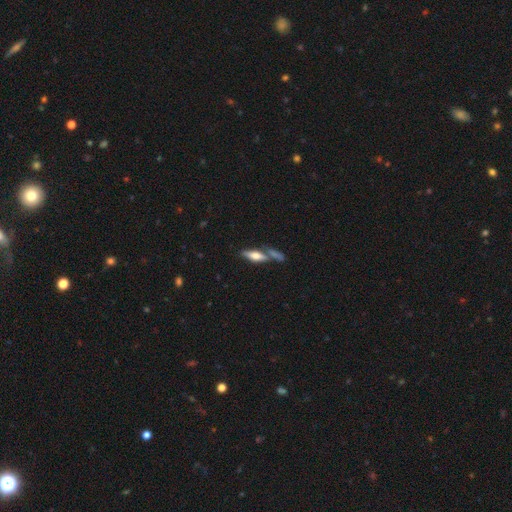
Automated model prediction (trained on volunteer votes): Smooth or featured: smooth — 50% (featured or disk — 43%)
Merging: none — 56% (merger — 27%)